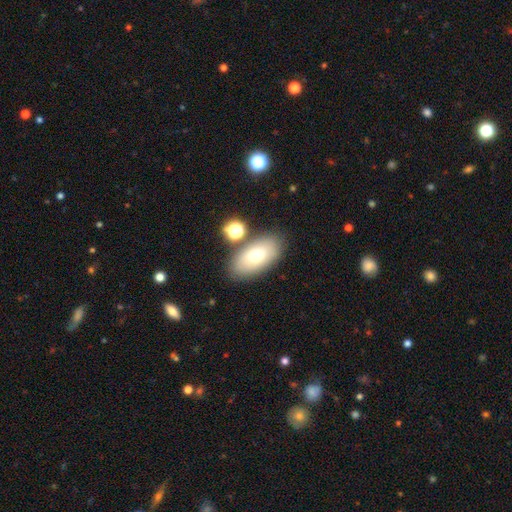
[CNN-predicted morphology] A smooth galaxy with no disk features (71%) that is in between round and cigar-shaped (91%).

Vote fractions:
- Smooth or featured? smooth: 71% / featured or disk: 20% / star or artifact: 9%
- How rounded? in between: 91% / round: 5% / cigar-shaped: 3%
- Merging? none: 78% / minor disturbance: 11% / merger: 8% / major disturbance: 3%